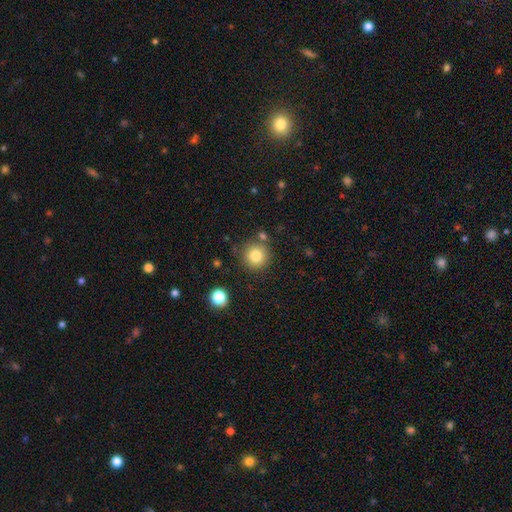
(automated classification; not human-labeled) smooth-or-featured: smooth: 83% | star or artifact: 11% | featured or disk: 7%
  how-rounded: round: 94% | in between: 5% | cigar-shaped: 1%
  merging: none: 81% | minor disturbance: 9% | merger: 7% | major disturbance: 3%